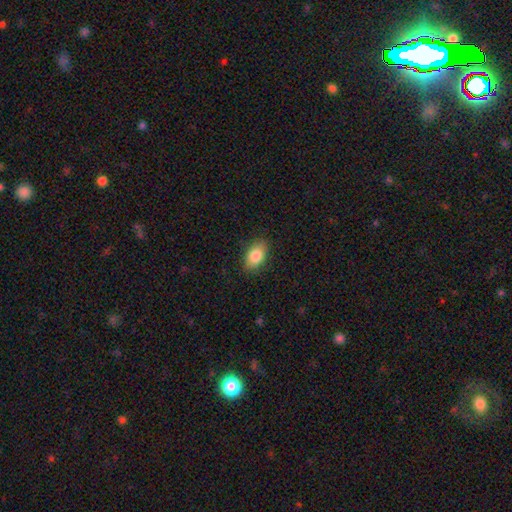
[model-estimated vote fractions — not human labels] This is clearly a smooth galaxy (84%). How rounded: clearly in between (91%). Merging: clearly none (87%).